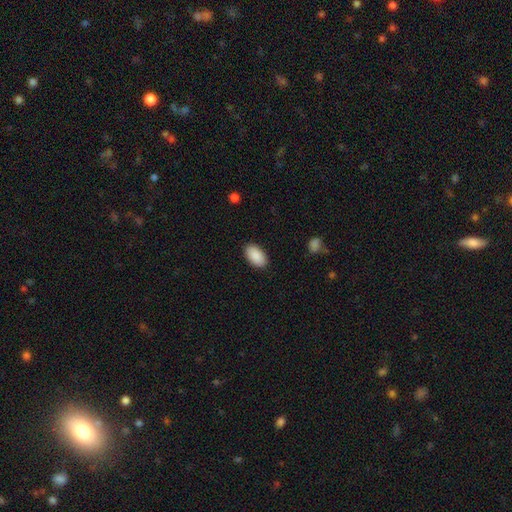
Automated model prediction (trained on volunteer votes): Smooth or featured: smooth — 91% (star or artifact — 6%)
How rounded: in between — 95% (round — 3%)
Merging: none — 89% (minor disturbance — 8%)